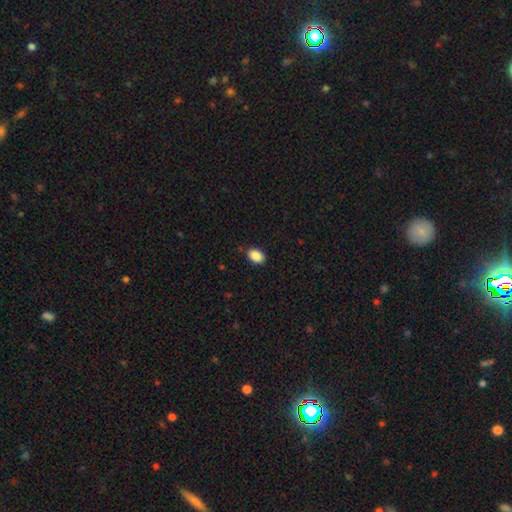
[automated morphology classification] This is clearly a smooth galaxy (88%). How rounded: clearly in between (81%). Merging: clearly none (87%).